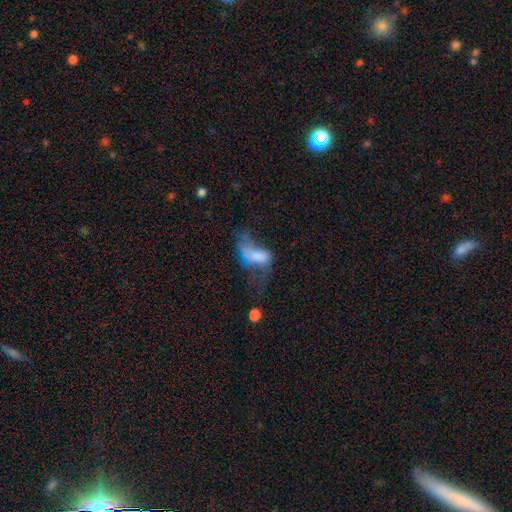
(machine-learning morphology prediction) This is possibly a smooth galaxy (55%). How rounded: clearly in between (87%). Merging: possibly major disturbance (58%).